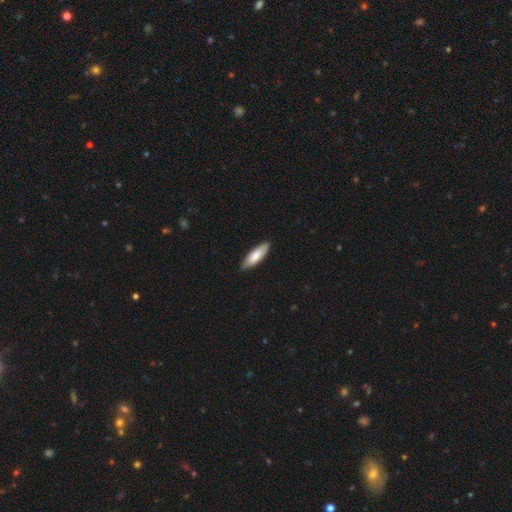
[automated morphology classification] Smooth or featured: smooth — 79% (featured or disk — 16%)
How rounded: cigar-shaped — 56% (in between — 42%)
Merging: none — 86% (minor disturbance — 11%)